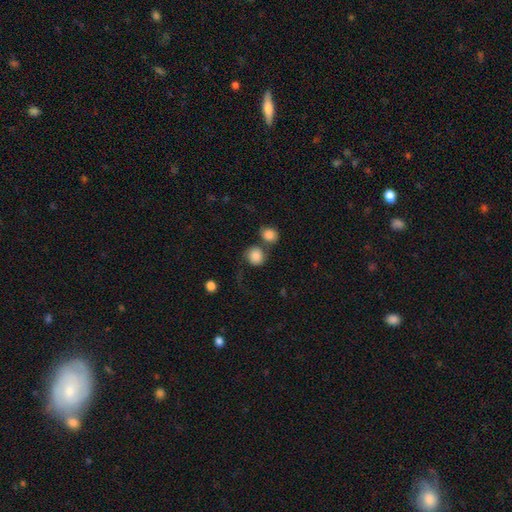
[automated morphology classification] Q: Smooth or featured?
A: smooth (83%); runner-up: featured or disk (9%)
Q: How rounded?
A: round (83%); runner-up: in between (16%)
Q: Merging?
A: none (49%); runner-up: merger (30%)